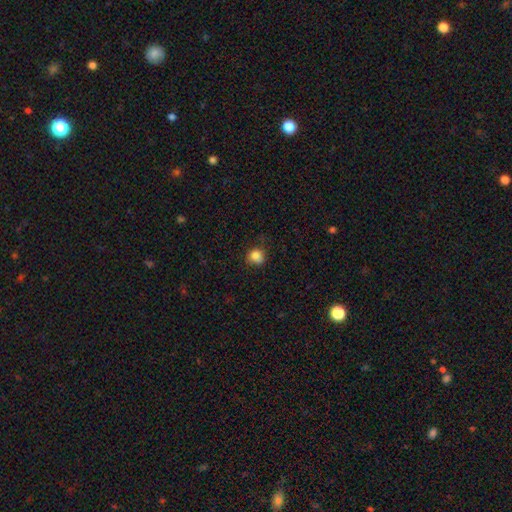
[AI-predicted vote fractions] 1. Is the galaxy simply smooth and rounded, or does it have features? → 85% smooth, 11% star or artifact, 5% featured or disk.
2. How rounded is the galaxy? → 84% round, 15% in between, 1% cigar-shaped.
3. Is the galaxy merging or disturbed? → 74% none, 20% minor disturbance, 4% major disturbance, 2% merger.